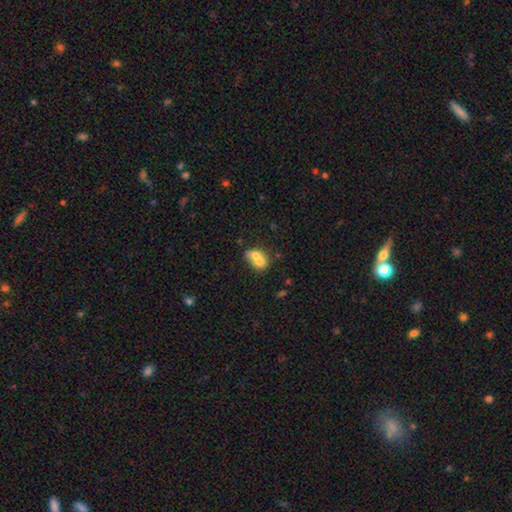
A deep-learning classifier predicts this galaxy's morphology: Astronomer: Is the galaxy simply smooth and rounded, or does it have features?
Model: smooth — 65%.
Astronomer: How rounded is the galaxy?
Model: in between — 51% (runner-up: round, 47%).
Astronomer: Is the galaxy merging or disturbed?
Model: merger — 70%.